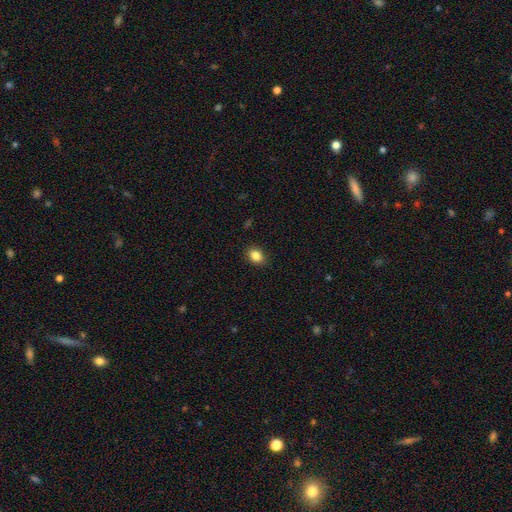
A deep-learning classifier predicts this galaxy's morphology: smooth_or_featured: smooth (p=0.86) [alt: star or artifact p=0.09]
how_rounded: in between (p=0.65) [alt: round p=0.34]
merging: none (p=0.89) [alt: minor disturbance p=0.08]